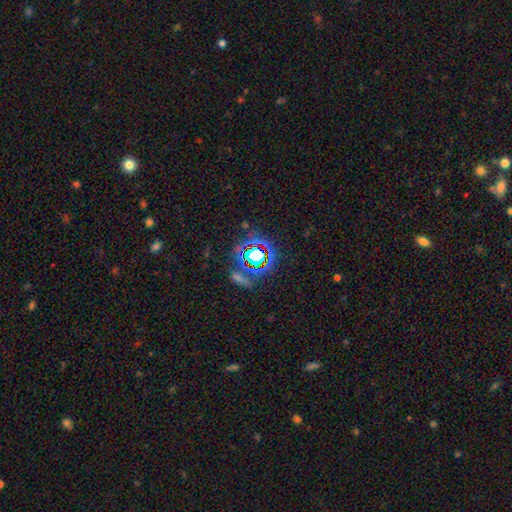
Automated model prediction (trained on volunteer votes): Smooth or featured: star or artifact — 65% (smooth — 22%)